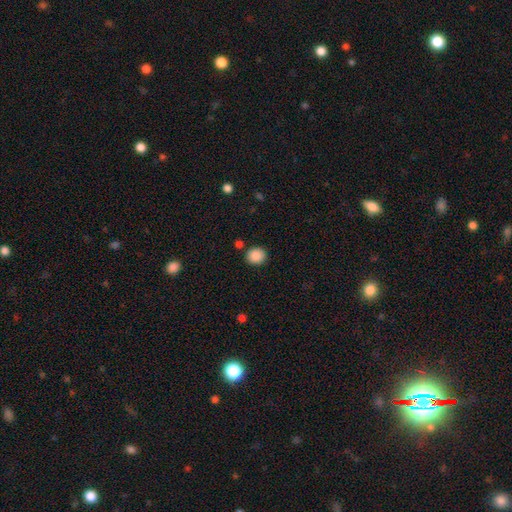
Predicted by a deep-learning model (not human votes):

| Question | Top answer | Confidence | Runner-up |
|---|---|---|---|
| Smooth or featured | smooth | 88% | star or artifact (9%) |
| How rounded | round | 79% | in between (20%) |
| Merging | none | 84% | minor disturbance (9%) |